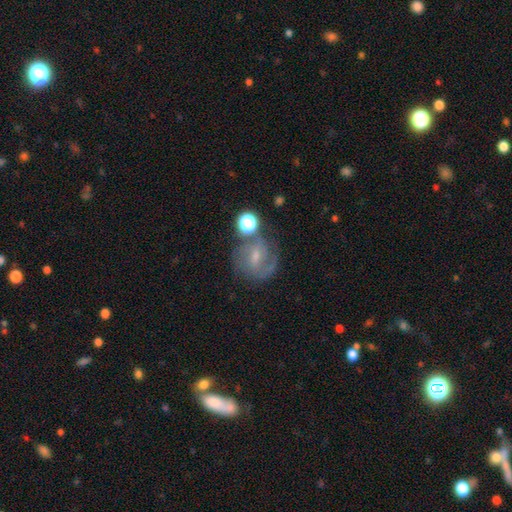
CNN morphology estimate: type=featured or disk (66%); edge-on=no (97%); bar=weak (55%); spiral arms=yes (89%); winding=medium (46%); arm count=2 (62%); bulge=small (58%); merging=none (62%).